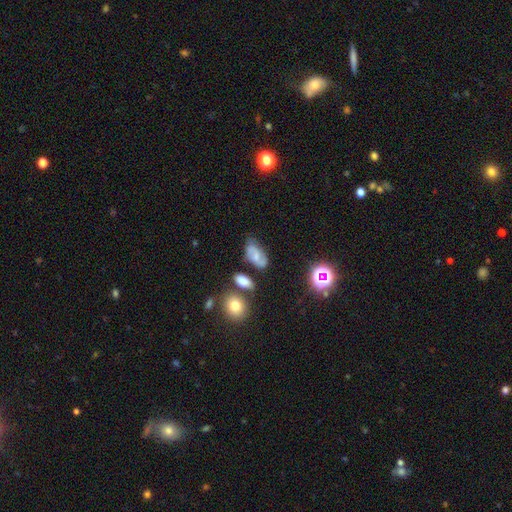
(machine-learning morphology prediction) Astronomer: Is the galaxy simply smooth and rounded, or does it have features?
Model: featured or disk — 46% (runner-up: smooth, 41%).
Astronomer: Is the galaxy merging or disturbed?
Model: none — 60%.